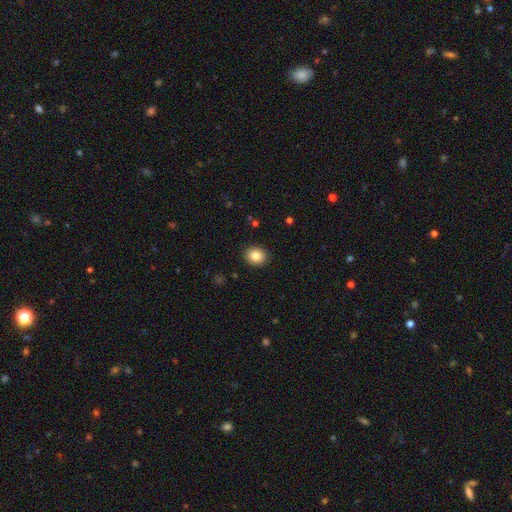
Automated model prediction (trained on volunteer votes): A smooth galaxy with no disk features (86%) that is round (66%). Merging: none (90%).